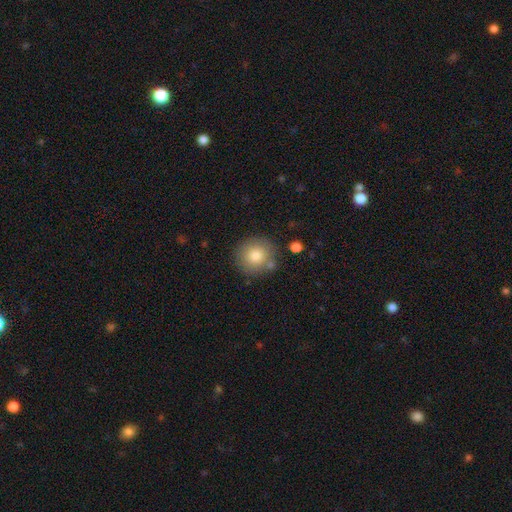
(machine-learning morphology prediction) A smooth galaxy with no disk features (80%) that is round (93%). Merging: none (80%).